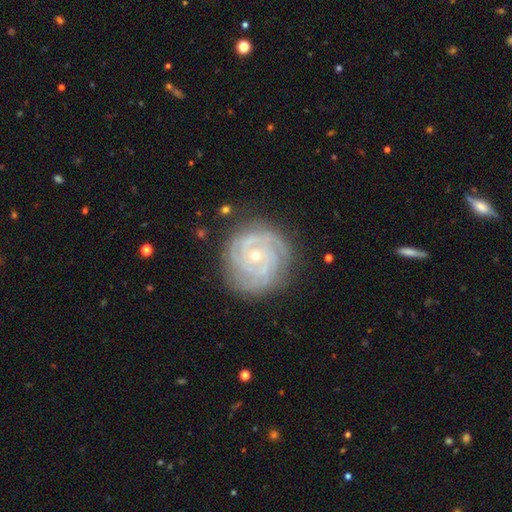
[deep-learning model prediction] A featured or disk galaxy (87%) with no bar (76%), 3 (31%) tight (81%) spiral arms (97%) and a small central bulge (66%).

Vote fractions:
- Smooth or featured? featured or disk: 87% / smooth: 6% / star or artifact: 6%
- Edge-on disk? no: 98% / yes: 2%
- Bar? no: 76% / weak: 18% / strong: 6%
- Spiral arms? yes: 97% / no: 3%
- Spiral winding? tight: 81% / medium: 16% / loose: 3%
- Spiral arm count? 3: 31% / can't tell: 19% / 4: 18% / 2: 18% / more than 4: 7% / 1: 6%
- Bulge size? small: 66% / moderate: 32% / large: 1% / none: 1% / dominant: 1%
- Merging? none: 81% / minor disturbance: 14% / major disturbance: 4% / merger: 1%